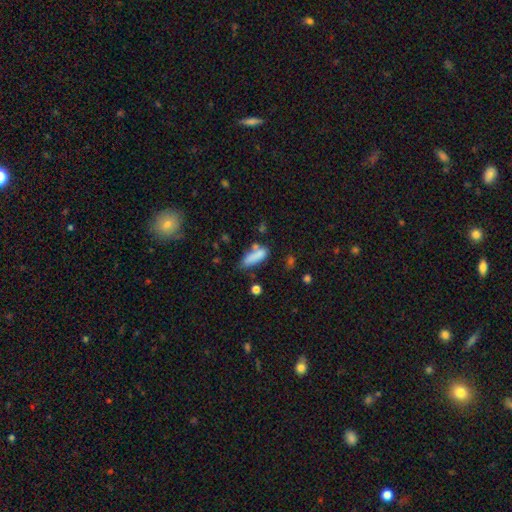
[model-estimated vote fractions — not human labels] smooth 80%, featured or disk 11%, star or artifact 9%. Down the decision tree: how rounded — in between (55%); merging — none (50%).